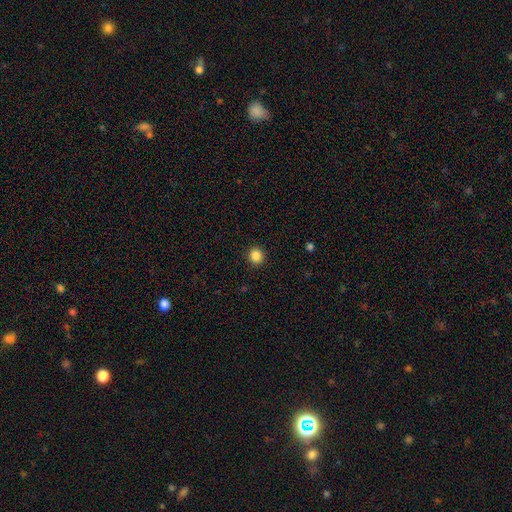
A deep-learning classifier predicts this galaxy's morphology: Smooth or featured? Predicted: smooth (p=0.86). How rounded? Predicted: round (p=0.91). Merging? Predicted: none (p=0.92).